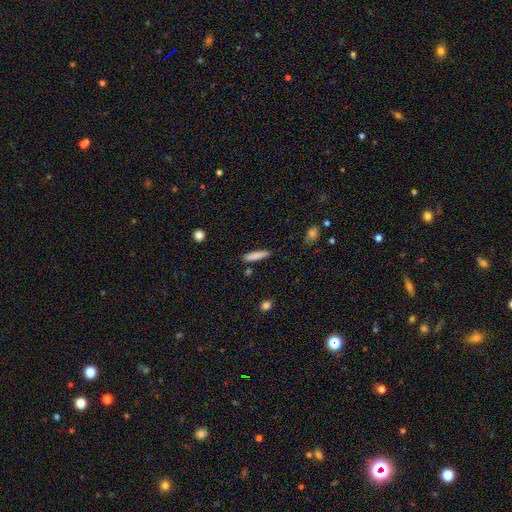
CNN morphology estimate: type=smooth (84%); roundness=cigar-shaped (81%); merging=none (83%).